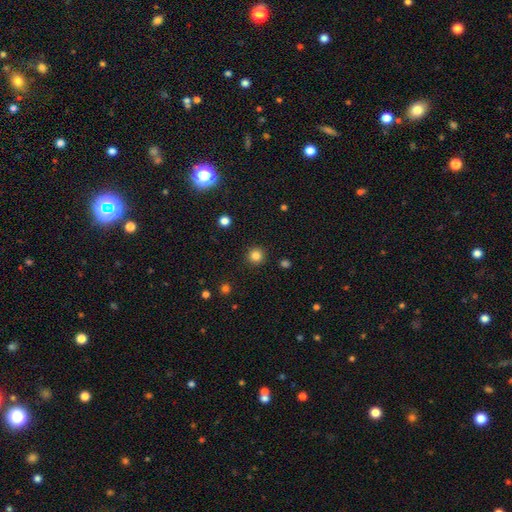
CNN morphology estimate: Smooth or featured? smooth (83%)
How rounded? round (95%)
Merging? none (92%)